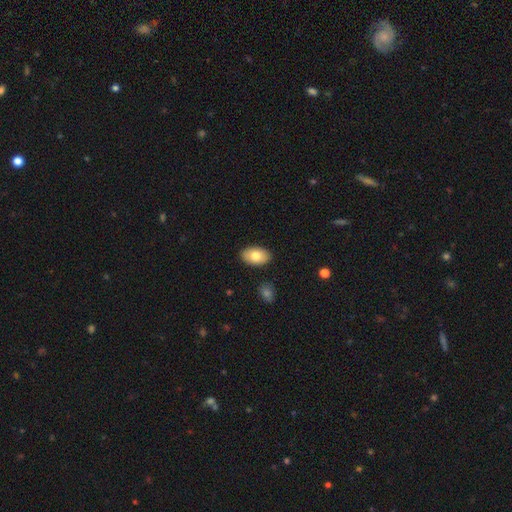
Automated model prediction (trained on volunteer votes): Smooth or featured? Predicted: smooth (p=0.78). How rounded? Predicted: in between (p=0.93). Merging? Predicted: none (p=0.88).